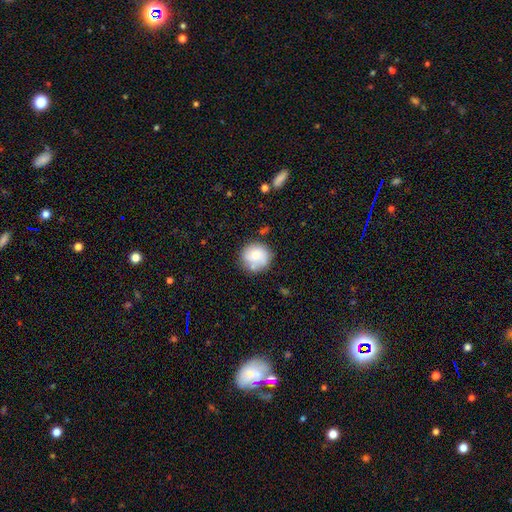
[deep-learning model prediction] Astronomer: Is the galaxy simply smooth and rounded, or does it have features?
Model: smooth — 67%.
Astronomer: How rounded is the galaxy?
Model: round — 89%.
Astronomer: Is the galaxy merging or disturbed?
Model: none — 66%.